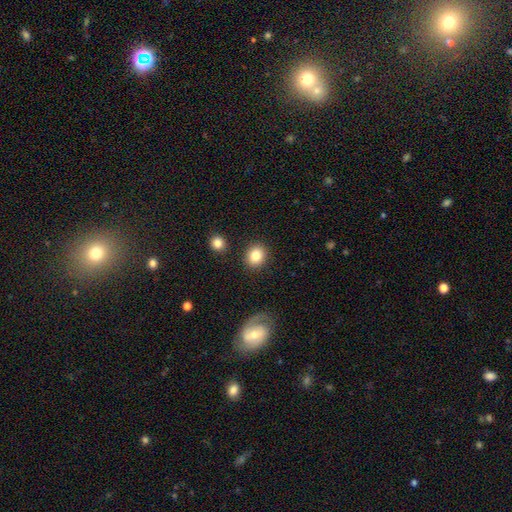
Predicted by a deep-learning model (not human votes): A smooth galaxy with no disk features (84%) that is round (71%).

Vote fractions:
- Smooth or featured? smooth: 84% / star or artifact: 9% / featured or disk: 7%
- How rounded? round: 71% / in between: 28% / cigar-shaped: 1%
- Merging? none: 87% / minor disturbance: 7% / merger: 3% / major disturbance: 3%